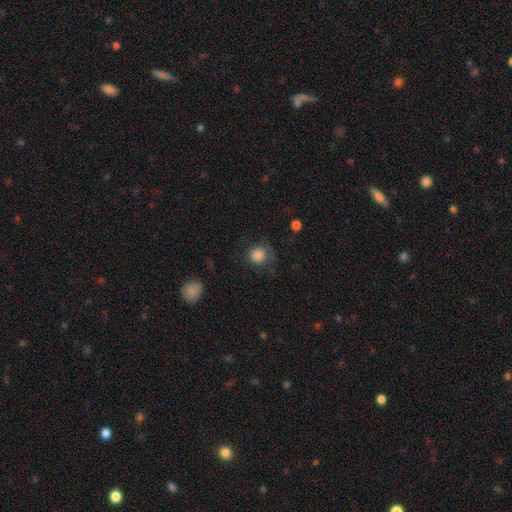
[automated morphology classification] The model was most divided on "merging": none: 64%, minor disturbance: 20%, major disturbance: 14%, merger: 2%. More confident: how rounded — round (87%); smooth or featured — smooth (81%).